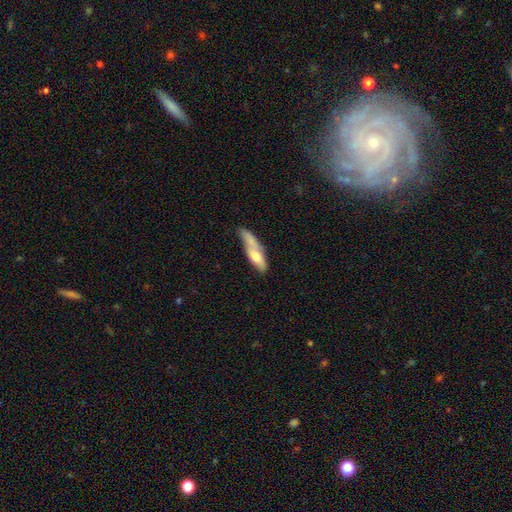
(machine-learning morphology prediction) Smooth or featured? Predicted: smooth (p=0.61). How rounded? Predicted: cigar-shaped (p=0.63). Merging? Predicted: none (p=0.33).